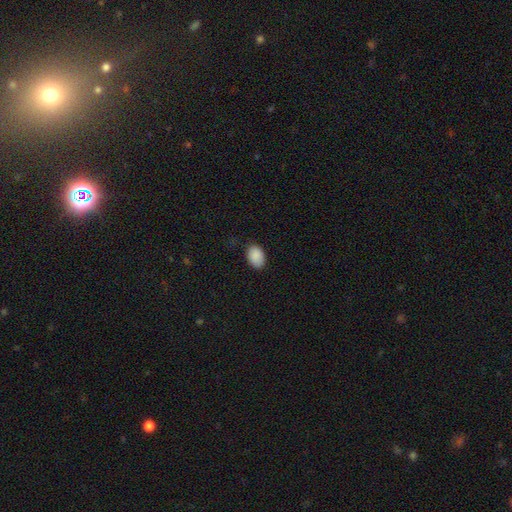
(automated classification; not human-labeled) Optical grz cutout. It shows a smooth galaxy with no disk features (90%) that is in between round and cigar-shaped (84%). Merging: none (82%).